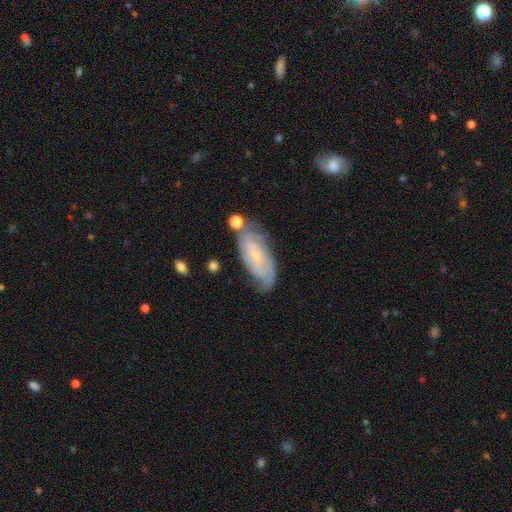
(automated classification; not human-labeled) A featured or disk galaxy (62%) with no bar (66%), spiral arms (84%) and a small central bulge (77%).

Vote fractions:
- Smooth or featured? featured or disk: 62% / smooth: 31% / star or artifact: 7%
- Edge-on disk? no: 89% / yes: 11%
- Bar? no: 66% / weak: 28% / strong: 6%
- Spiral arms? yes: 84% / no: 16%
- Bulge size? small: 77% / moderate: 14% / none: 6% / large: 1% / dominant: 1%
- Merging? none: 65% / minor disturbance: 22% / major disturbance: 7% / merger: 6%